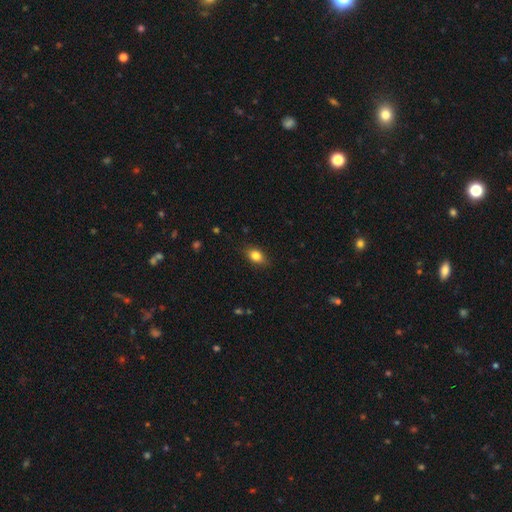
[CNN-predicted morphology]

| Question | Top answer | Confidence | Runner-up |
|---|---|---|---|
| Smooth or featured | smooth | 83% | star or artifact (9%) |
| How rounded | in between | 77% | round (20%) |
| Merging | none | 84% | minor disturbance (12%) |